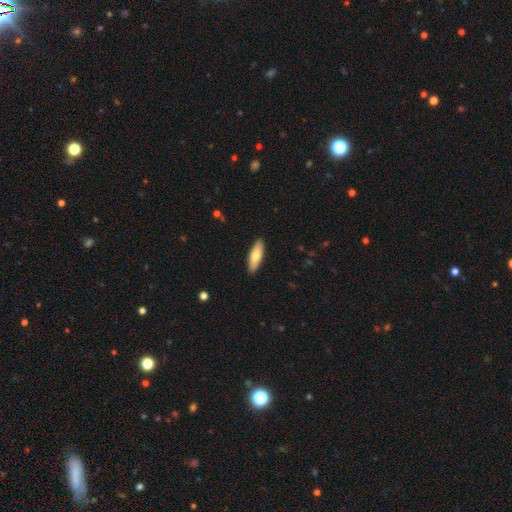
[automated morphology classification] The model was most divided on "how rounded": in between: 53%, cigar-shaped: 45%, round: 2%. More confident: merging — none (90%); smooth or featured — smooth (71%).